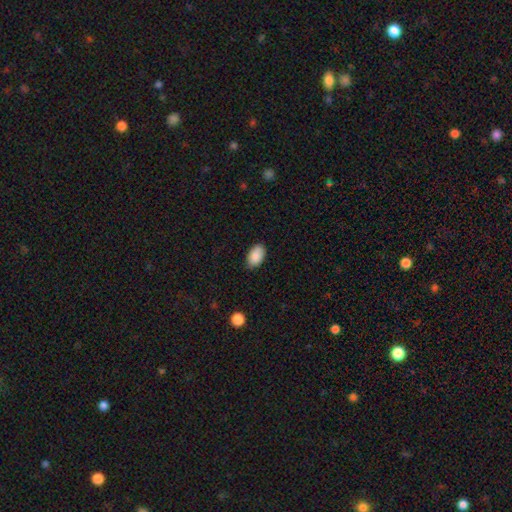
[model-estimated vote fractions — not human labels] Smooth or featured?
  - smooth: 90% *
  - star or artifact: 7%
  - featured or disk: 3%
How rounded?
  - in between: 93% *
  - round: 5%
  - cigar-shaped: 1%
Merging?
  - none: 84% *
  - minor disturbance: 12%
  - major disturbance: 2%
  - merger: 1%